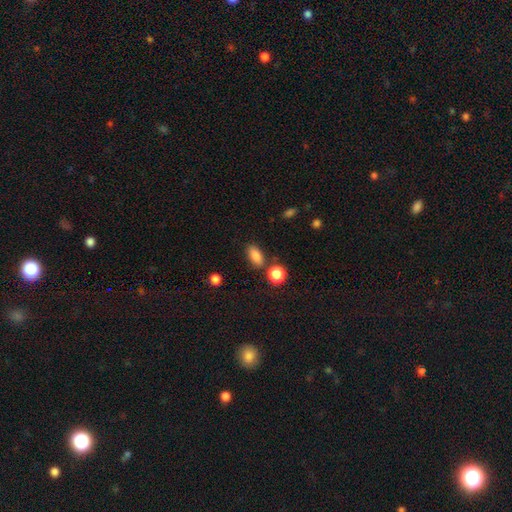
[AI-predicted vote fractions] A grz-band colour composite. It shows a smooth galaxy with no disk features (86%) that is in between round and cigar-shaped (82%). Merging: none (77%).